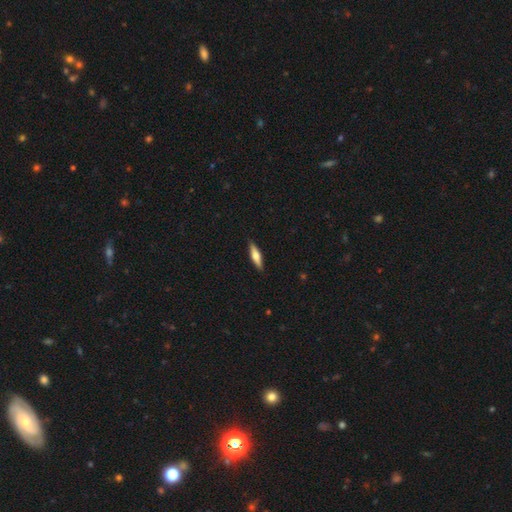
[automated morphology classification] This appears to be a smooth galaxy with no disk features (49%). Merging: none (89%).